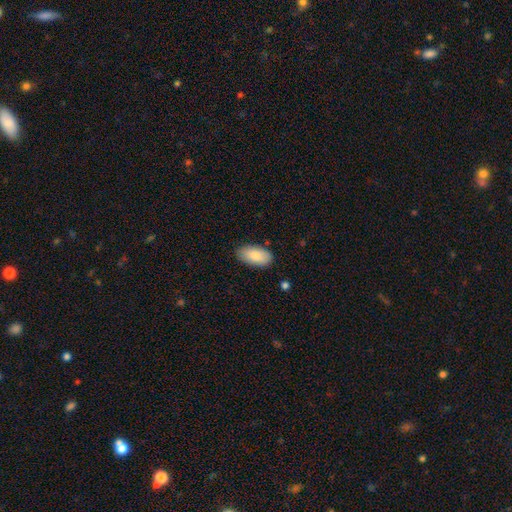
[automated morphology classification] Smooth or featured?
  - smooth: 84% *
  - featured or disk: 10%
  - star or artifact: 6%
How rounded?
  - in between: 95% *
  - cigar-shaped: 3%
  - round: 2%
Merging?
  - none: 83% *
  - minor disturbance: 13%
  - major disturbance: 2%
  - merger: 1%